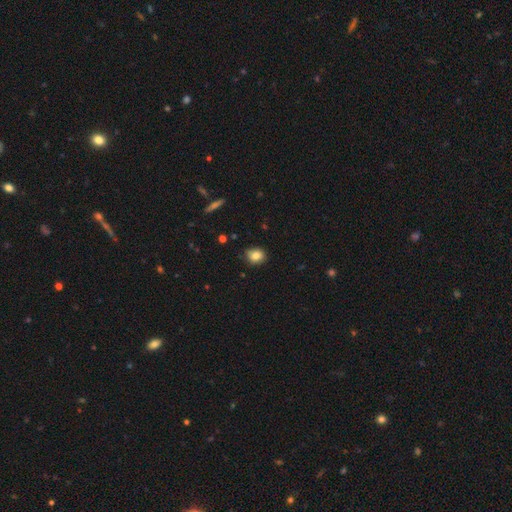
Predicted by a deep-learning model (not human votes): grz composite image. It shows a smooth galaxy with no disk features (83%) that is round (68%). Merging: none (80%).